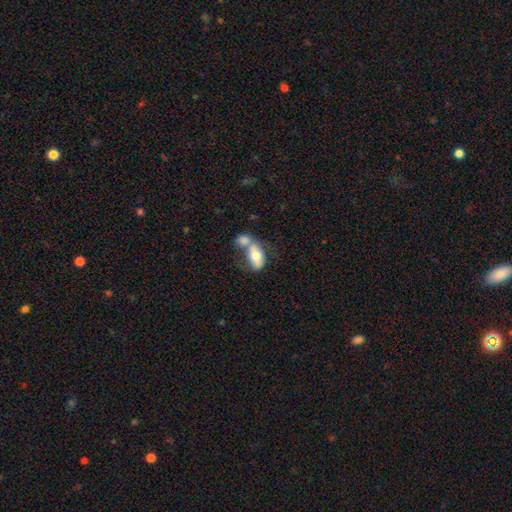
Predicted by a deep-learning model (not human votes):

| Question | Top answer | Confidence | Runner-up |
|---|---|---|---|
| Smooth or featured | smooth | 67% | featured or disk (26%) |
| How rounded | in between | 89% | round (6%) |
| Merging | merger | 61% | none (21%) |